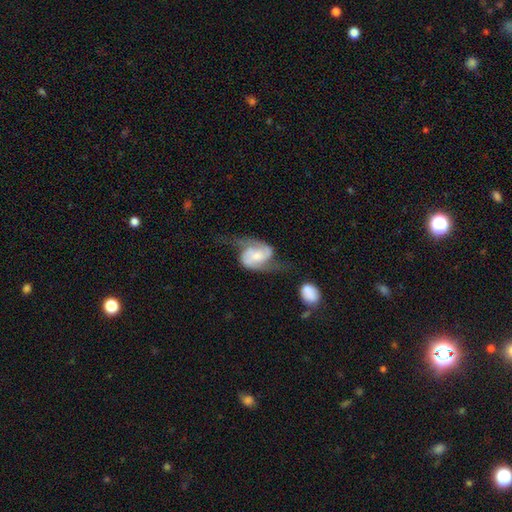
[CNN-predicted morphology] smooth_or_featured: featured or disk (p=0.83) [alt: smooth p=0.12]
disk_edge_on: no (p=0.97) [alt: yes p=0.03]
bar: no (p=0.52) [alt: weak p=0.35]
has_spiral_arms: yes (p=0.95) [alt: no p=0.05]
spiral_winding: loose (p=0.42) [tied with: medium p=0.42]
spiral_arm_count: 2 (p=0.92) [alt: can't tell p=0.03]
bulge_size: moderate (p=0.41) [alt: small p=0.31]
merging: none (p=0.48) [alt: major disturbance p=0.25]